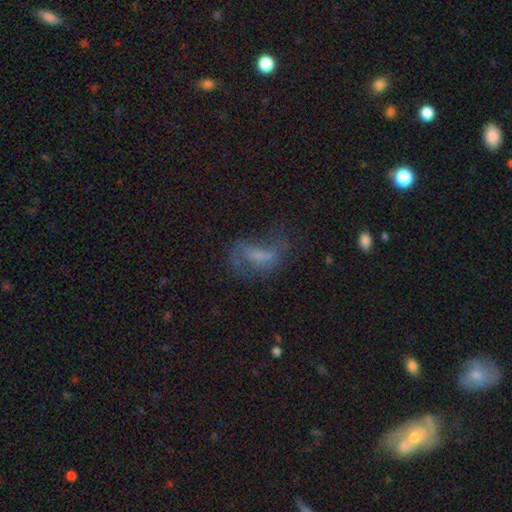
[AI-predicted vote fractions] smooth_or_featured: featured or disk (p=0.49) [alt: smooth p=0.34]
merging: none (p=0.38) [alt: major disturbance p=0.35]